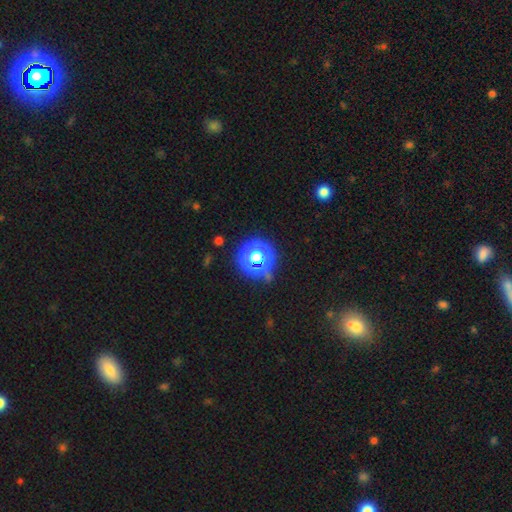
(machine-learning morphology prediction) Q: Smooth or featured?
A: star or artifact (55%); runner-up: smooth (35%)